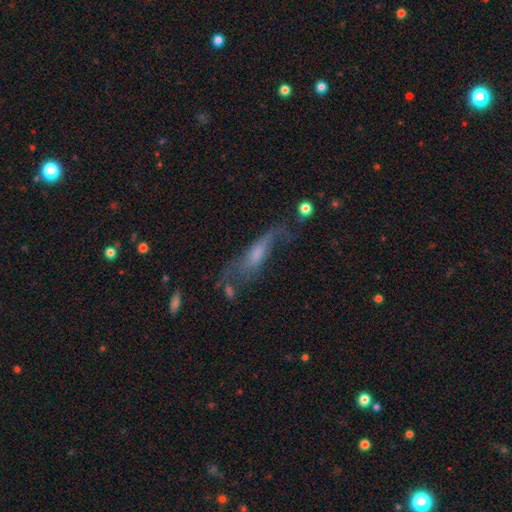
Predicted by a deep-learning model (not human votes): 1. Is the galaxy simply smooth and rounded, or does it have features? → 50% featured or disk, 40% smooth, 10% star or artifact.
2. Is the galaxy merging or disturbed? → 36% none, 32% major disturbance, 25% minor disturbance, 7% merger.